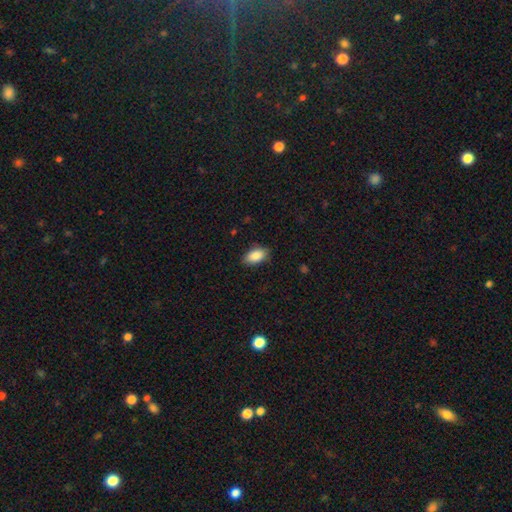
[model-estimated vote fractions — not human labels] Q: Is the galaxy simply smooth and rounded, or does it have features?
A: smooth — 88%.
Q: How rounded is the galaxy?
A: in between — 92%.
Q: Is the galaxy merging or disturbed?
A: none — 83%.